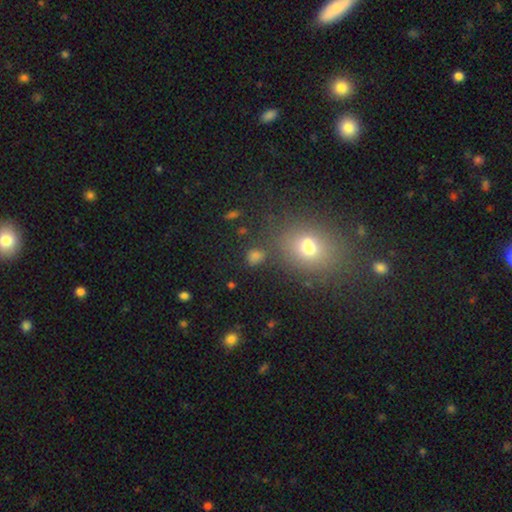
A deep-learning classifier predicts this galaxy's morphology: Smooth or featured? Predicted: smooth (p=0.66). How rounded? Predicted: round (p=0.55). Merging? Predicted: none (p=0.72).